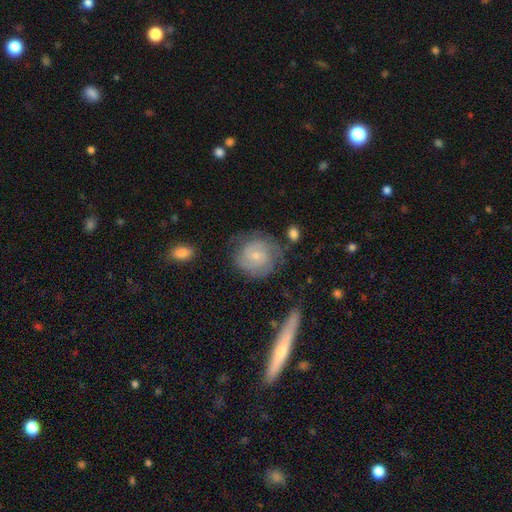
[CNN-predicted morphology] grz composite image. It shows a featured or disk galaxy (54%) with no bar (77%), spiral arms (80%) and a small central bulge (68%). Merging: none (66%).